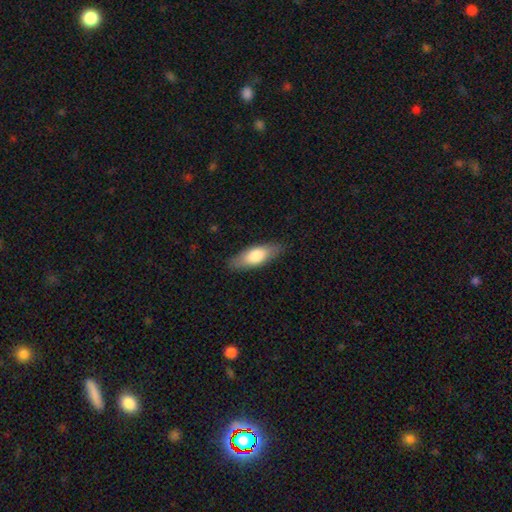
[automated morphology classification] smooth_or_featured: smooth (p=0.72) [alt: featured or disk p=0.22]
how_rounded: in between (p=0.67) [alt: cigar-shaped p=0.31]
merging: none (p=0.85) [alt: minor disturbance p=0.12]